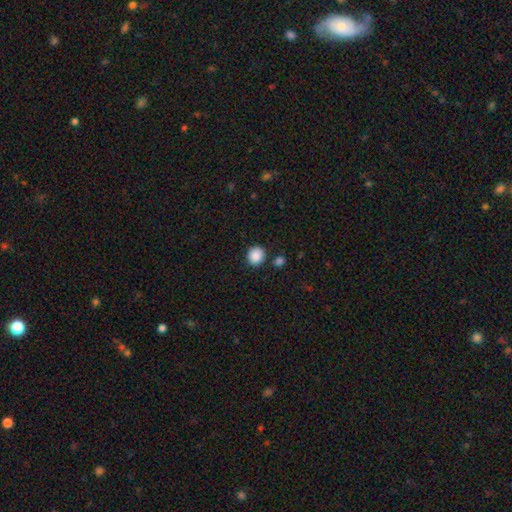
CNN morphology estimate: A smooth galaxy with no disk features (88%) that is round (81%). Merging: none (84%).